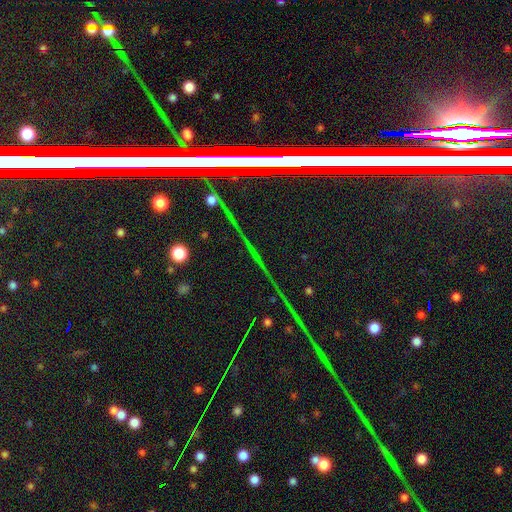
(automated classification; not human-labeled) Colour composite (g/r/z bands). It shows a star or artifact, not a galaxy (73%).